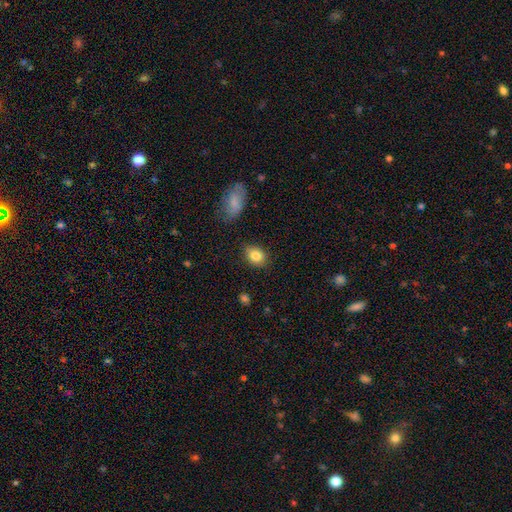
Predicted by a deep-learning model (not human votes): smooth_or_featured: smooth (p=0.84) [alt: star or artifact p=0.09]
how_rounded: in between (p=0.67) [alt: round p=0.32]
merging: none (p=0.82) [alt: minor disturbance p=0.13]